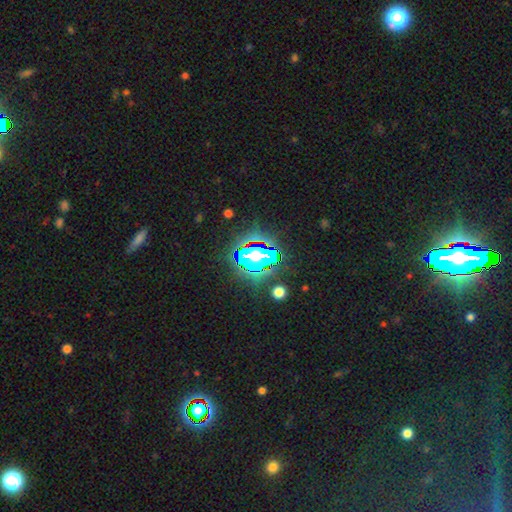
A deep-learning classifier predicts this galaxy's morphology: Smooth or featured? Predicted: star or artifact (p=0.60).